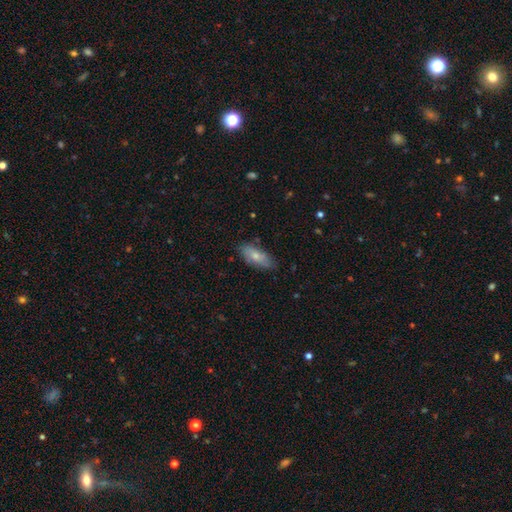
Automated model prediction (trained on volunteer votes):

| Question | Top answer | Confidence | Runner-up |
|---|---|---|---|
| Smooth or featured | smooth | 71% | featured or disk (23%) |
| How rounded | in between | 82% | cigar-shaped (16%) |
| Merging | none | 76% | minor disturbance (19%) |